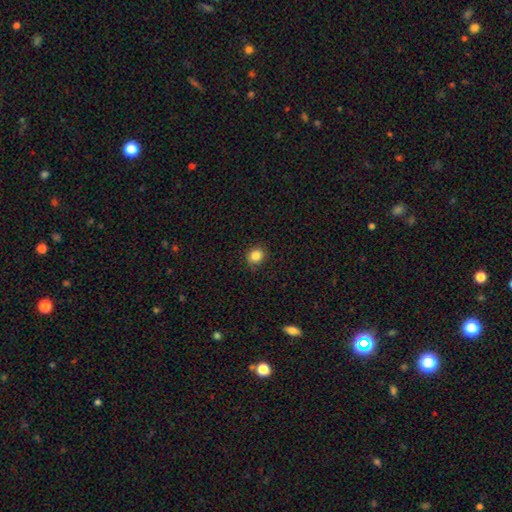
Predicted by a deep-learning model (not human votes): This is clearly a smooth galaxy (85%). How rounded: likely round (77%). Merging: clearly none (84%).